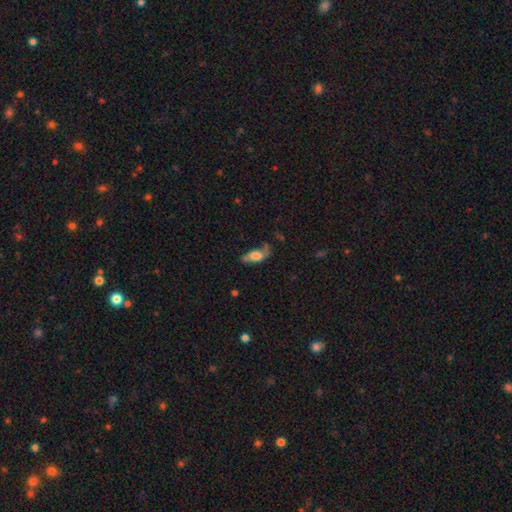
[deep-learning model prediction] Overall: smooth (66%; featured or disk 26%). How rounded: in between (85%). Merging: none (42%; minor disturbance 32%).